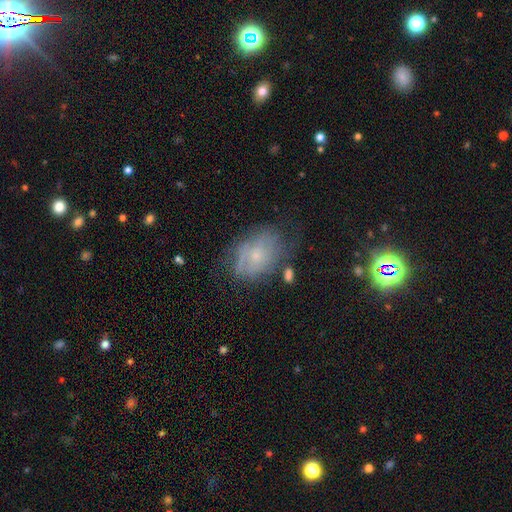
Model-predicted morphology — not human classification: smooth-or-featured: featured or disk: 46% | smooth: 42% | star or artifact: 12%
  merging: none: 50% | minor disturbance: 28% | major disturbance: 17% | merger: 4%